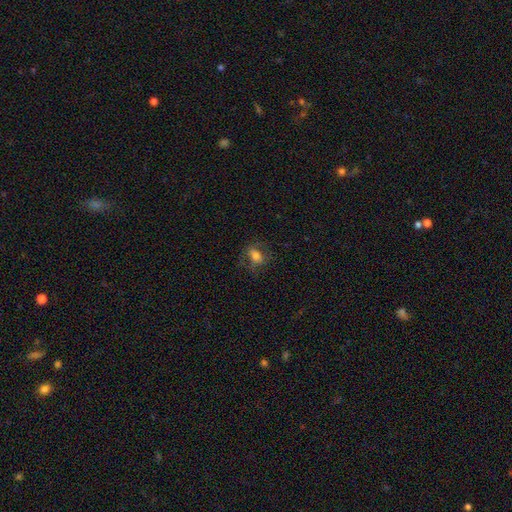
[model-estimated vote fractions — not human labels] Smooth or featured? smooth (60%)
How rounded? in between (72%)
Merging? none (64%)